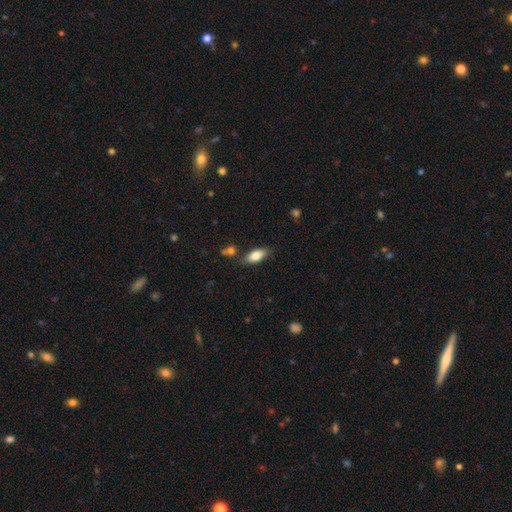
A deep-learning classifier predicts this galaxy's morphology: smooth_or_featured: smooth (p=0.80) [alt: featured or disk p=0.13]
how_rounded: in between (p=0.85) [alt: cigar-shaped p=0.12]
merging: none (p=0.75) [alt: minor disturbance p=0.16]